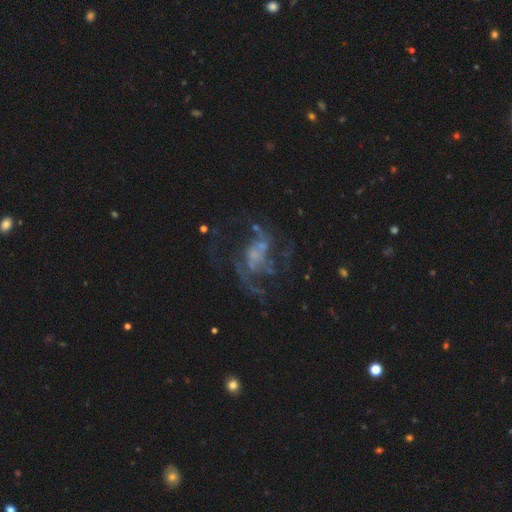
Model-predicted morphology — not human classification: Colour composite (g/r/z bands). It shows a featured or disk galaxy (76%) with no bar (68%), can't tell (27%, tied with 2) loose (46%) spiral arms (77%) and no central bulge (37%, tied with small). Merging: none (45%).